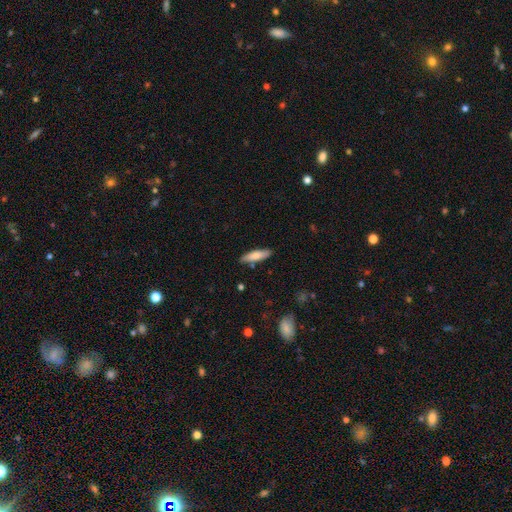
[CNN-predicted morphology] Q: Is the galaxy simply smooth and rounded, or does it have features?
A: smooth — 77%.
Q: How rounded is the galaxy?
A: cigar-shaped — 66%.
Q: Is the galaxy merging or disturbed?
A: none — 84%.